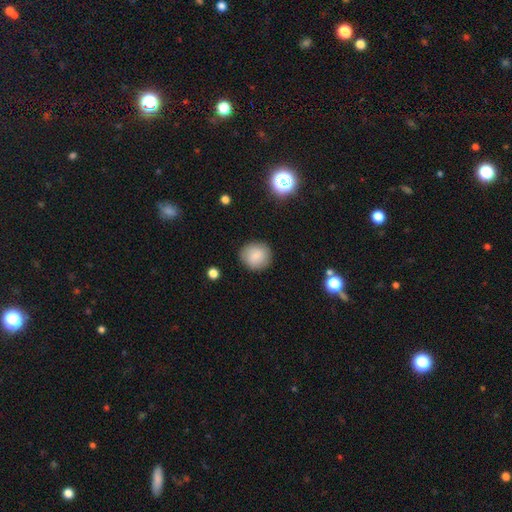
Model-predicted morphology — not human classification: Q: Smooth or featured?
A: smooth (81%); runner-up: featured or disk (10%)
Q: How rounded?
A: round (89%); runner-up: in between (10%)
Q: Merging?
A: none (86%); runner-up: minor disturbance (10%)